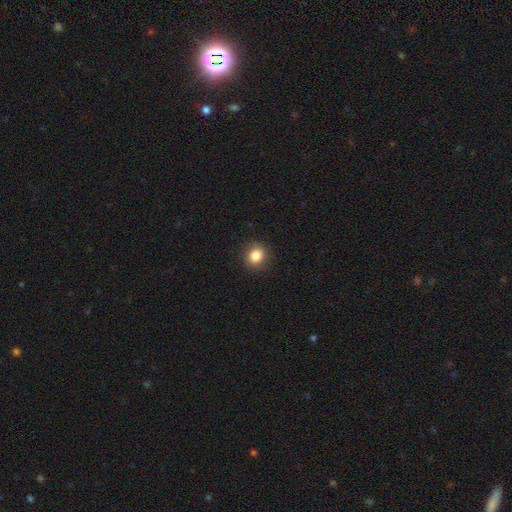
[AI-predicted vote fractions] smooth 85%, star or artifact 10%, featured or disk 5%. Down the decision tree: how rounded — round (80%); merging — none (89%).